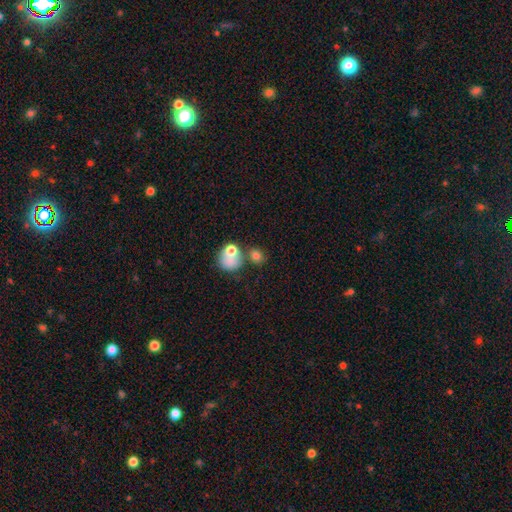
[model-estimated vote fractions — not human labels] Overall: smooth (76%). How rounded: round (69%; in between 30%). Merging: none (54%; merger 27%).